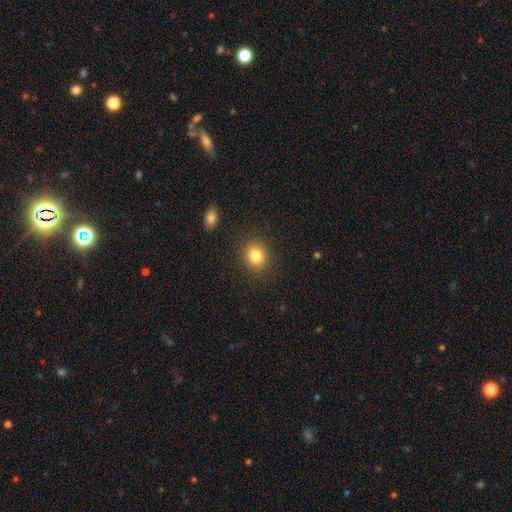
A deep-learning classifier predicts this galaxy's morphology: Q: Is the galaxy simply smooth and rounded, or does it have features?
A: smooth — 83%.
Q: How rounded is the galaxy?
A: round — 68%.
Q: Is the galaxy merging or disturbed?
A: none — 87%.